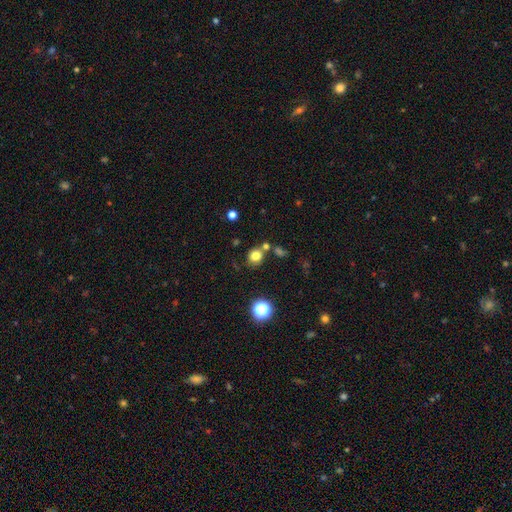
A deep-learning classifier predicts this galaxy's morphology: A smooth galaxy with no disk features (78%) that is round (79%). Merging: none (69%).